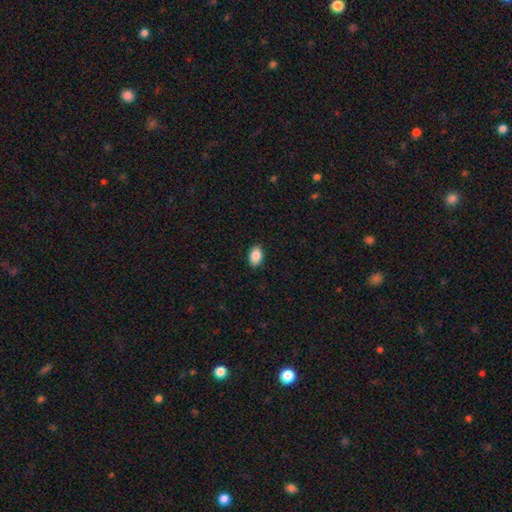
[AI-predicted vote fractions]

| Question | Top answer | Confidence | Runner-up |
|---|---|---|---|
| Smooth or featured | smooth | 88% | star or artifact (7%) |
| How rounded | in between | 89% | round (9%) |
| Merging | none | 89% | minor disturbance (8%) |